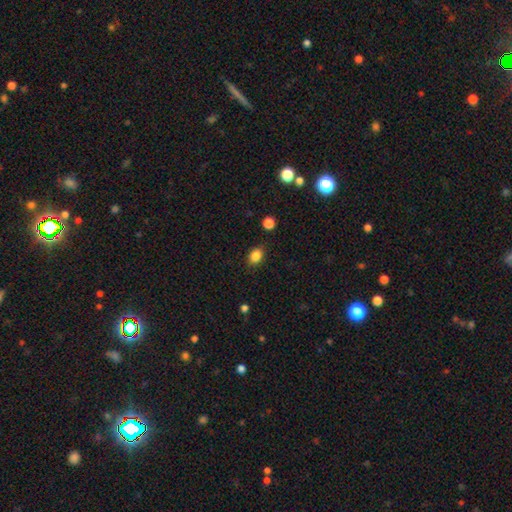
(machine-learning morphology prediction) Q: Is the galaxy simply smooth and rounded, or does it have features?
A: smooth — 86%.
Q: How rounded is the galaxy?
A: in between — 64%.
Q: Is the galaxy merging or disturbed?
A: none — 86%.